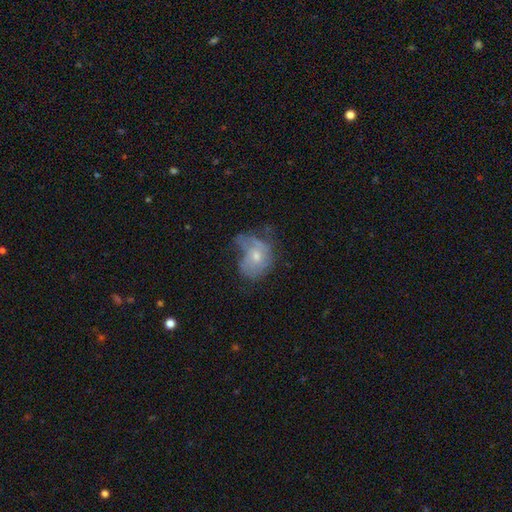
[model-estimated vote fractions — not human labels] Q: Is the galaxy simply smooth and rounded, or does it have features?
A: featured or disk — 52%.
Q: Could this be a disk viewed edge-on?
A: no — 97%.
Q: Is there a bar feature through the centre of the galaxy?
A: no — 83%.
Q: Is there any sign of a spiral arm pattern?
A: no — 51%.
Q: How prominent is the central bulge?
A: moderate — 52%.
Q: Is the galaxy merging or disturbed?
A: major disturbance — 36%.